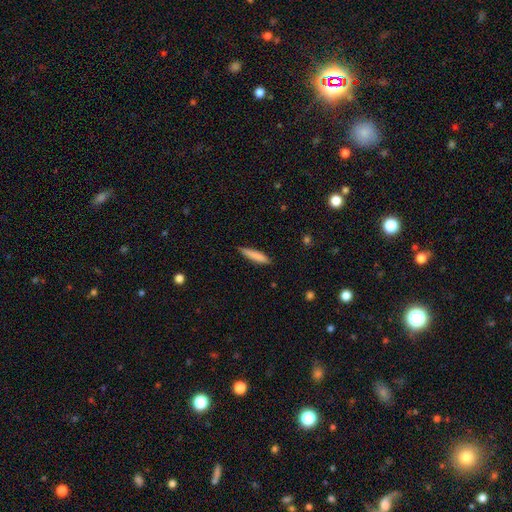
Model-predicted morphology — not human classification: smooth-or-featured: smooth: 82% | featured or disk: 12% | star or artifact: 6%
  how-rounded: cigar-shaped: 86% | in between: 13% | round: 1%
  merging: none: 84% | minor disturbance: 13% | major disturbance: 2% | merger: 1%